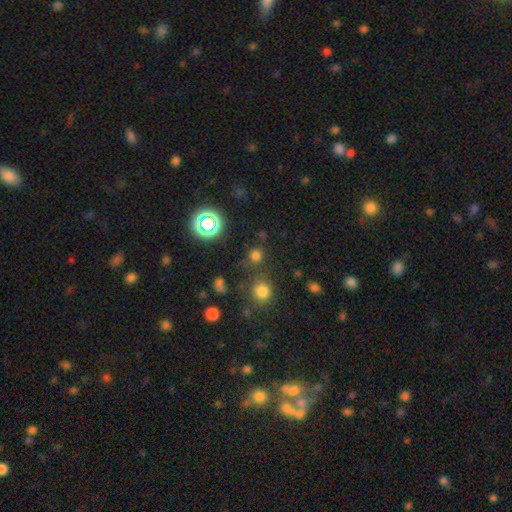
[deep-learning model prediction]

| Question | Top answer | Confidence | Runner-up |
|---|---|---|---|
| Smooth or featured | smooth | 65% | star or artifact (29%) |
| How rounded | round | 89% | in between (10%) |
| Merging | none | 71% | merger (13%) |